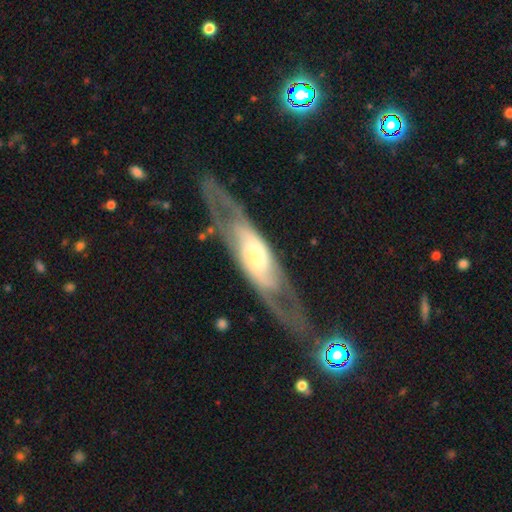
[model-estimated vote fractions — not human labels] Overall: featured or disk (74%). Edge-on disk: no (68%; yes 32%). Bar: no (57%; weak 27%). Spiral arms: yes (78%). Bulge size: moderate (37%; large 28%). Merging: none (66%).